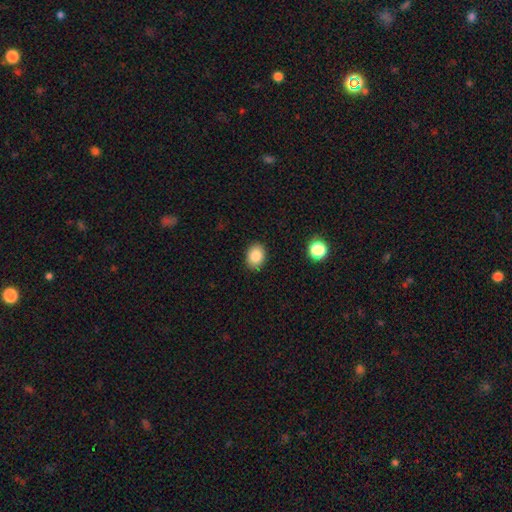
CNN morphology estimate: This is clearly a smooth galaxy (85%). How rounded: possibly in between (59%). Merging: clearly none (89%).